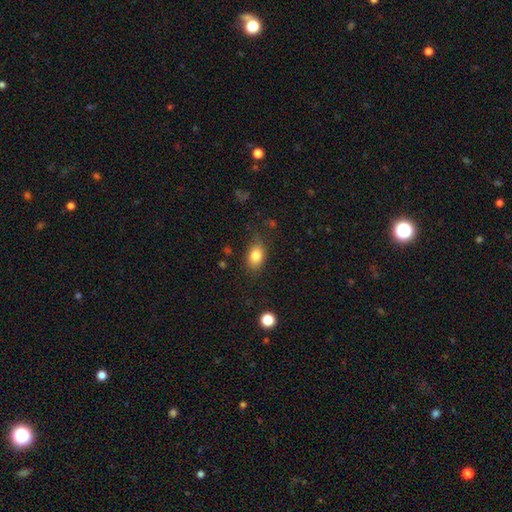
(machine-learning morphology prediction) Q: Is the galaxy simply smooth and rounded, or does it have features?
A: smooth — 83%.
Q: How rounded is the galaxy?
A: in between — 82%.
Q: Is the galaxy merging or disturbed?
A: none — 76%.